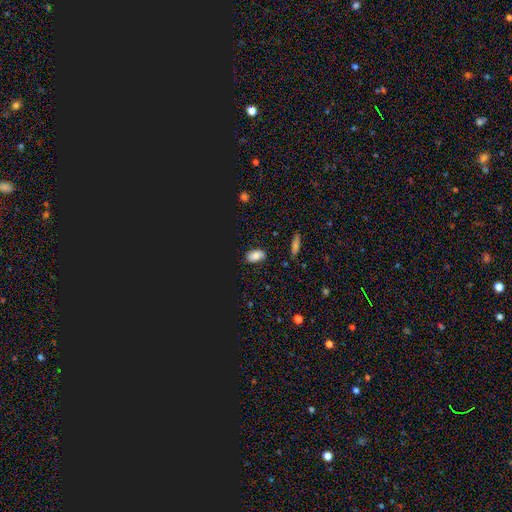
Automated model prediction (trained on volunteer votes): Smooth or featured? Predicted: smooth (p=0.68). How rounded? Predicted: in between (p=0.86). Merging? Predicted: none (p=0.80).